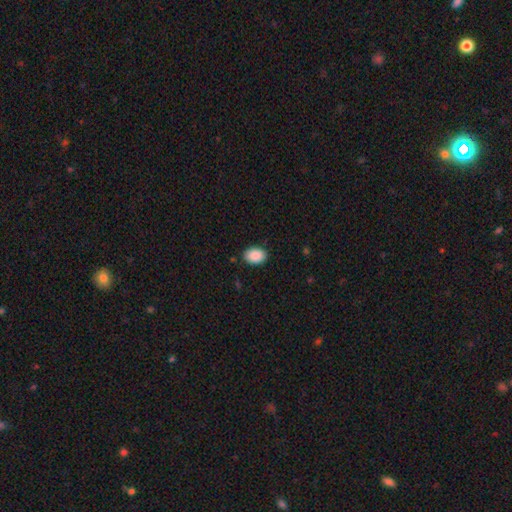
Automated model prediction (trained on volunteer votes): smooth_or_featured: smooth (p=0.90) [alt: star or artifact p=0.07]
how_rounded: in between (p=0.81) [alt: round p=0.18]
merging: none (p=0.88) [alt: minor disturbance p=0.09]